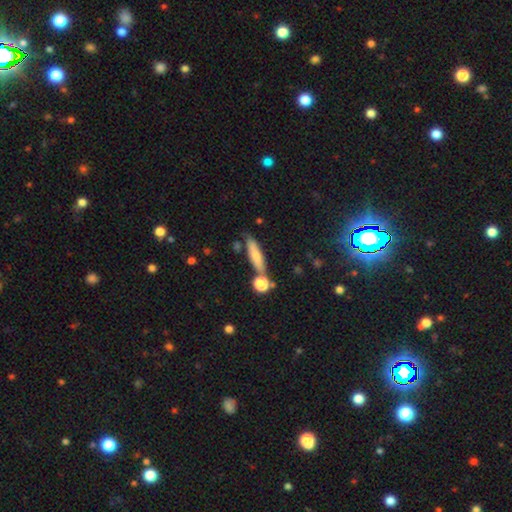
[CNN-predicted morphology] This is likely a smooth galaxy (68%). How rounded: likely cigar-shaped (70%). Merging: likely none (66%).